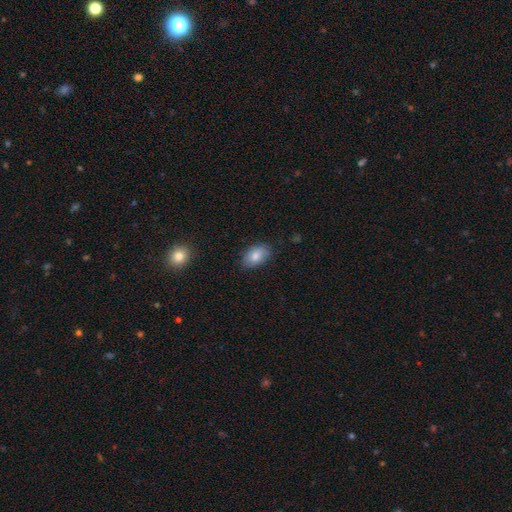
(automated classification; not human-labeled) Smooth or featured: smooth — 83% (featured or disk — 10%)
How rounded: in between — 92% (round — 6%)
Merging: none — 83% (minor disturbance — 13%)